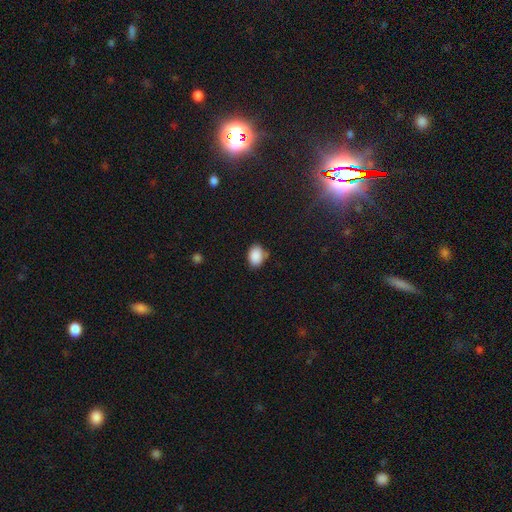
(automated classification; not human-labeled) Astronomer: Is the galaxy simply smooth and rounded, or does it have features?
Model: smooth — 88%.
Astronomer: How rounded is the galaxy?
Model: in between — 78%.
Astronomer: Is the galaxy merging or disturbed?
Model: none — 72%.